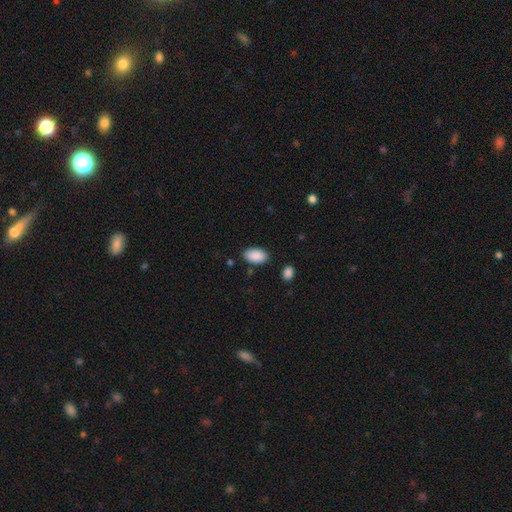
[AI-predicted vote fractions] Smooth or featured? smooth (90%)
How rounded? in between (95%)
Merging? none (84%)